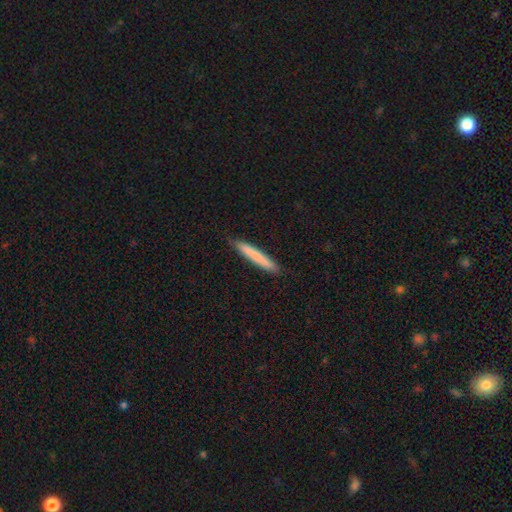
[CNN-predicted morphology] smooth 75%, featured or disk 19%, star or artifact 6%. Down the decision tree: how rounded — cigar-shaped (96%); merging — none (88%).